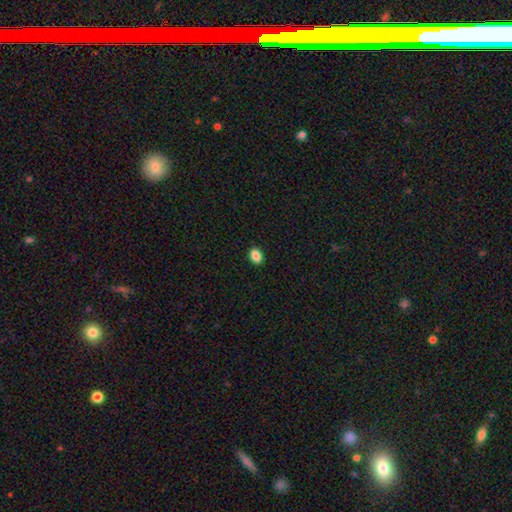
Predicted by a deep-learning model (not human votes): Smooth or featured: smooth — 87% (star or artifact — 9%)
How rounded: in between — 77% (round — 21%)
Merging: none — 91% (minor disturbance — 7%)